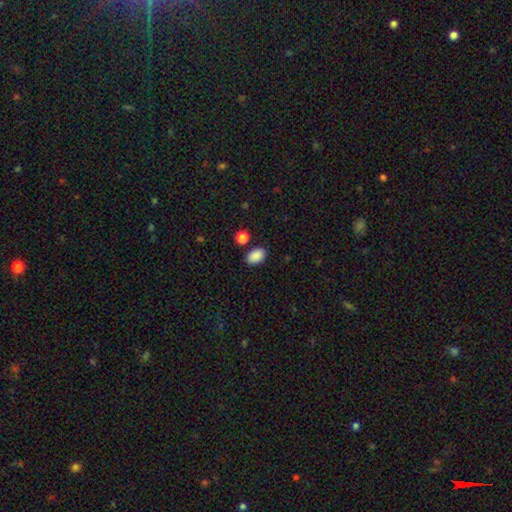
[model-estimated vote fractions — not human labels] The model was most divided on "merging": none: 82%, minor disturbance: 11%, merger: 4%, major disturbance: 3%. More confident: smooth or featured — smooth (89%); how rounded — in between (88%).